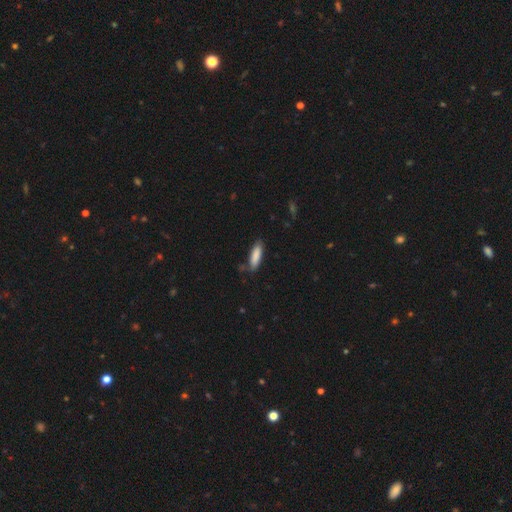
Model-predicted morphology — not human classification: This appears to be a smooth galaxy with no disk features (85%) that is cigar-shaped (53%). Merging: none (69%).